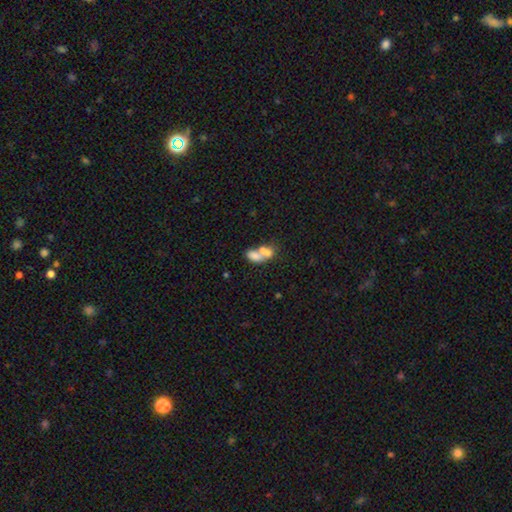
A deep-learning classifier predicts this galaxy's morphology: smooth_or_featured: smooth (p=0.61) [alt: featured or disk p=0.27]
how_rounded: in between (p=0.75) [alt: round p=0.20]
merging: merger (p=0.63) [alt: none p=0.22]